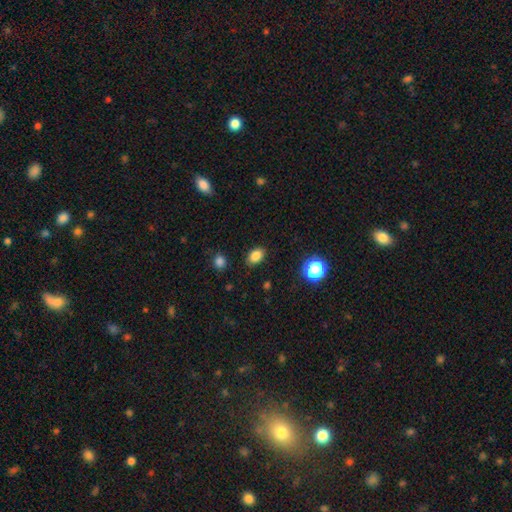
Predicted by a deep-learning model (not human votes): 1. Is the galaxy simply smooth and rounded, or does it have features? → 84% smooth, 11% star or artifact, 4% featured or disk.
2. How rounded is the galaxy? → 80% in between, 18% round, 1% cigar-shaped.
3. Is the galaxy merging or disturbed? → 87% none, 9% minor disturbance, 3% major disturbance, 1% merger.